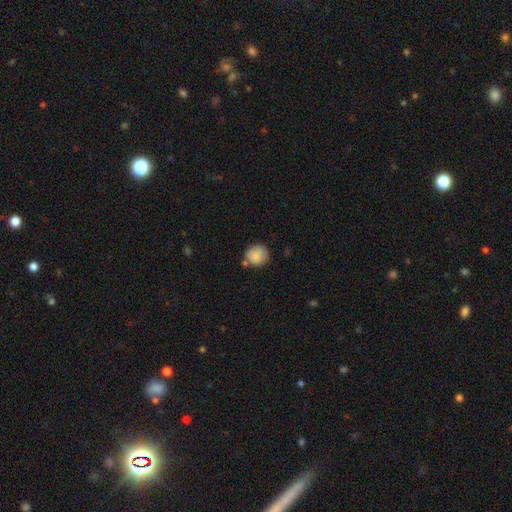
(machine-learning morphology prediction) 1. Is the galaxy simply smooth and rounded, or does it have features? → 86% smooth, 8% star or artifact, 7% featured or disk.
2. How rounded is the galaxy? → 87% round, 12% in between, 1% cigar-shaped.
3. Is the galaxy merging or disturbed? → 70% none, 17% minor disturbance, 9% merger, 4% major disturbance.